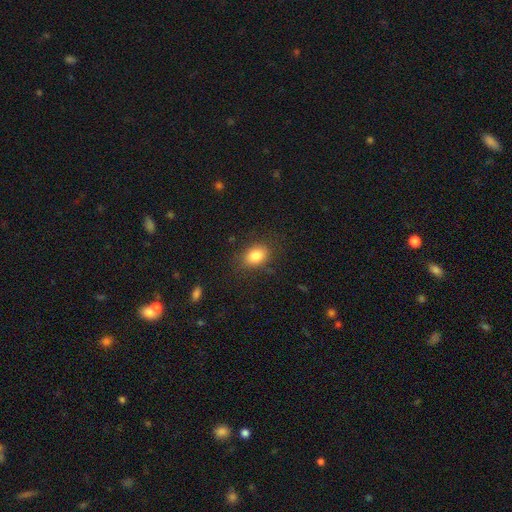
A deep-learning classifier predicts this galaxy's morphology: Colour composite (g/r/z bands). It shows a smooth galaxy with no disk features (83%) that is in between round and cigar-shaped (72%). Merging: none (82%).